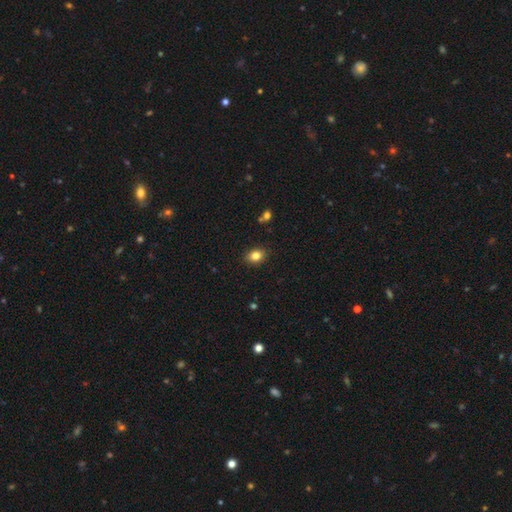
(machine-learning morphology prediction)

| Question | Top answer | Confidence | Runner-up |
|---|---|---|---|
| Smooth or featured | smooth | 83% | star or artifact (10%) |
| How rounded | in between | 61% | round (38%) |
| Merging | none | 87% | minor disturbance (9%) |